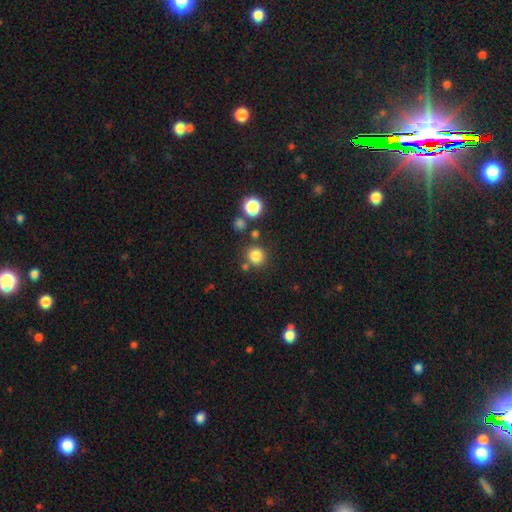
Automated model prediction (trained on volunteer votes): Q: Smooth or featured?
A: smooth (81%); runner-up: star or artifact (14%)
Q: How rounded?
A: round (92%); runner-up: in between (7%)
Q: Merging?
A: none (80%); runner-up: merger (9%)